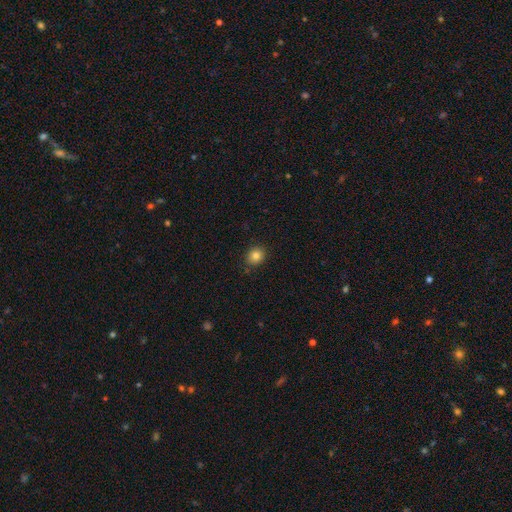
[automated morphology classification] This is clearly a smooth galaxy (83%). How rounded: likely round (69%). Merging: clearly none (86%).